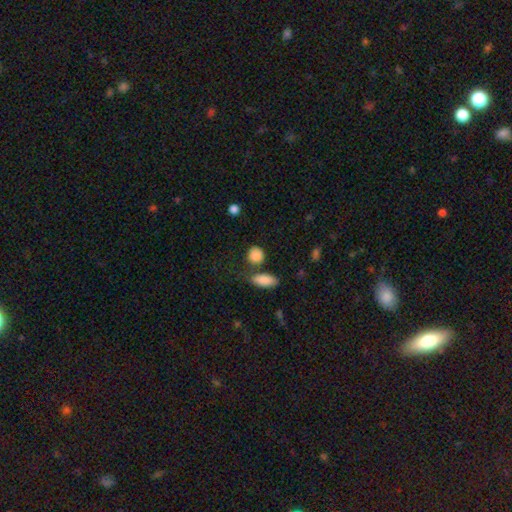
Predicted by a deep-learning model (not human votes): This appears to be a smooth galaxy with no disk features (88%) that is round (70%). Merging: none (68%).